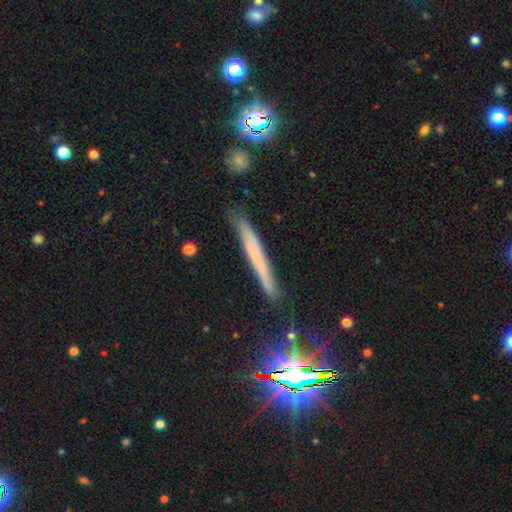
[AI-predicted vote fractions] Overall: smooth (50%; featured or disk 38%). How rounded: cigar-shaped (96%). Merging: none (82%).